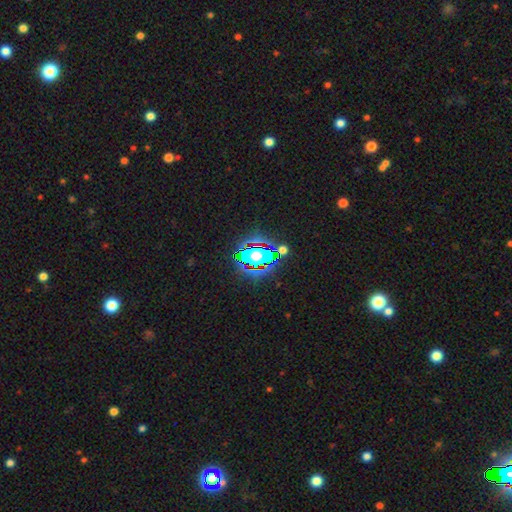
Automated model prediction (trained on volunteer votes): Smooth or featured: star or artifact — 55% (smooth — 30%)